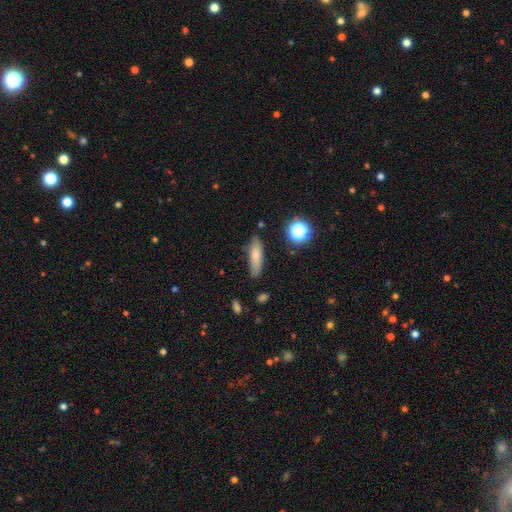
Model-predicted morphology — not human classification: Smooth or featured? smooth (76%)
How rounded? cigar-shaped (62%)
Merging? none (80%)